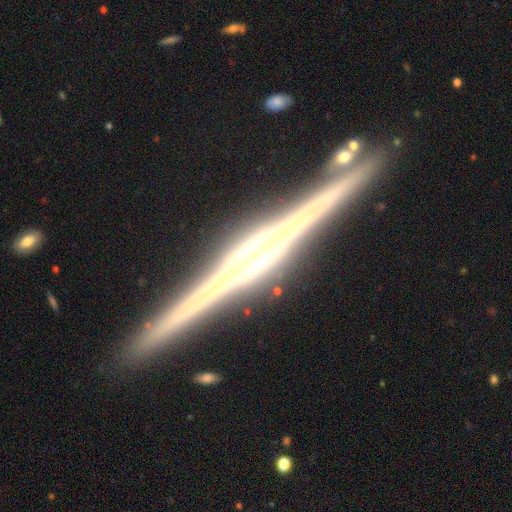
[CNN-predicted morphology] smooth-or-featured: featured or disk: 90% | star or artifact: 5% | smooth: 5%
  disk-edge-on: yes: 98% | no: 2%
    edge-on-bulge: rounded: 44% (tied) | boxy: 44% (tied) | none: 11%
  merging: none: 91% | minor disturbance: 6% | merger: 2% | major disturbance: 1%